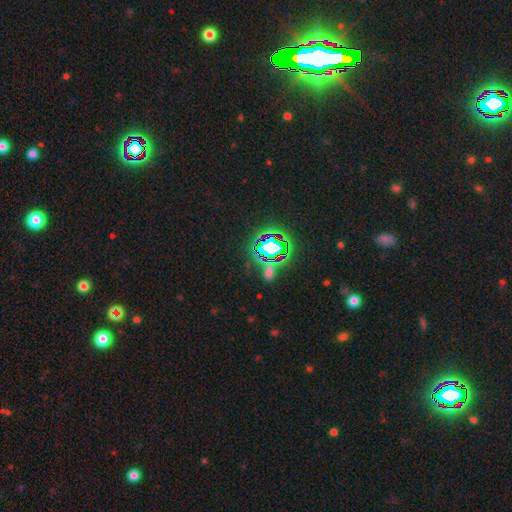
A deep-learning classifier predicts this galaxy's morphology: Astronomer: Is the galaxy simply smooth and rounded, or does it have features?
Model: star or artifact — 81%.